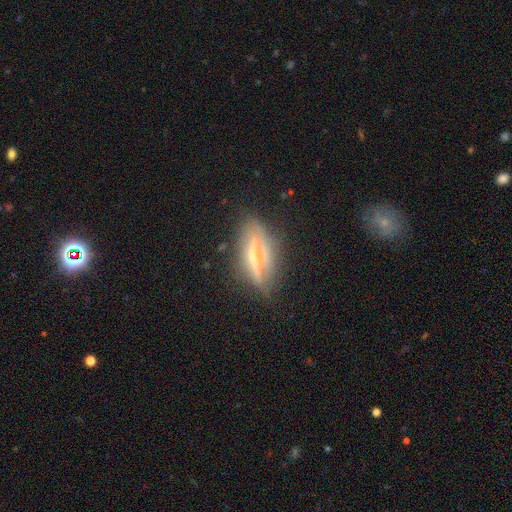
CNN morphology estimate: Smooth or featured?
  - featured or disk: 63% *
  - smooth: 26%
  - star or artifact: 11%
Edge-on disk?
  - yes: 85% *
  - no: 15%
Edge-on bulge?
  - rounded: 62% *
  - none: 22%
  - boxy: 16%
Merging?
  - none: 76% *
  - minor disturbance: 16%
  - major disturbance: 6%
  - merger: 2%